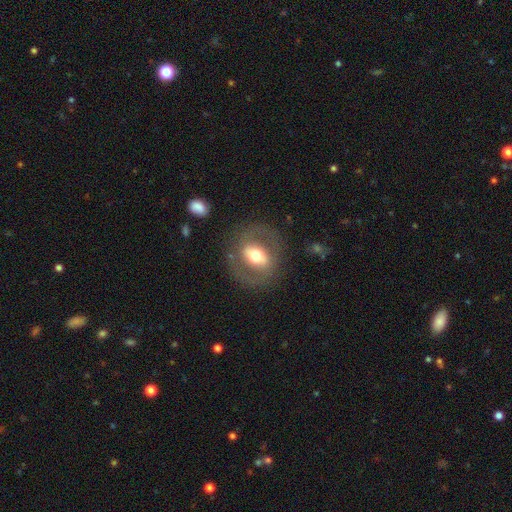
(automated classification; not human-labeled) smooth-or-featured: featured or disk: 58% | smooth: 35% | star or artifact: 7%
  disk-edge-on: no: 92% | yes: 8%
    bar: strong: 43% | weak: 32% | no: 26%
    has-spiral-arms: no: 62% | yes: 38%
    bulge-size: moderate: 61% | large: 26% | small: 9% | dominant: 3% | none: 1%
  merging: none: 77% | minor disturbance: 12% | major disturbance: 9% | merger: 2%